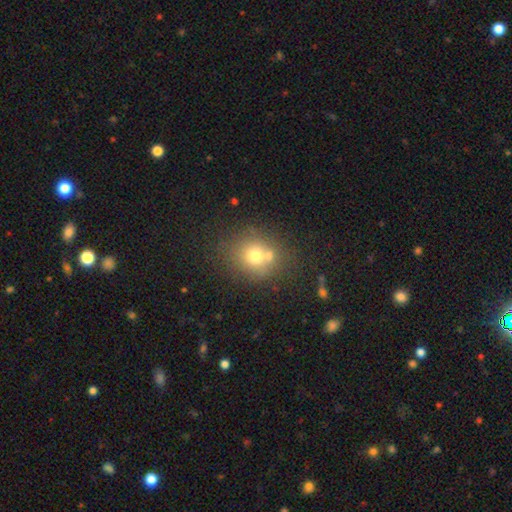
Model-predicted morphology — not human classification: type=smooth (69%); roundness=round (77%); merging=none (57%).